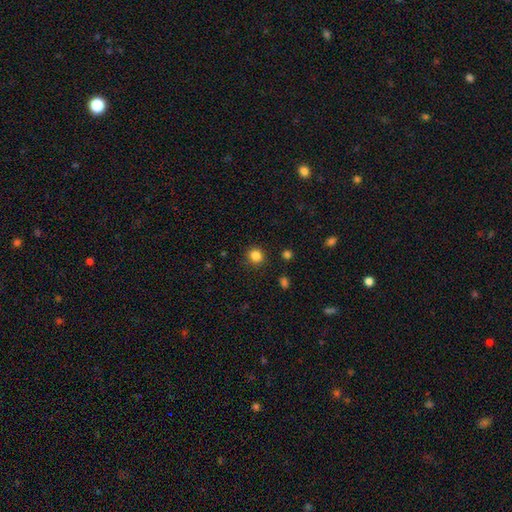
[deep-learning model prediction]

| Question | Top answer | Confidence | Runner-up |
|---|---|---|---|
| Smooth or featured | smooth | 85% | star or artifact (12%) |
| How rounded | round | 86% | in between (13%) |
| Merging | none | 88% | minor disturbance (8%) |